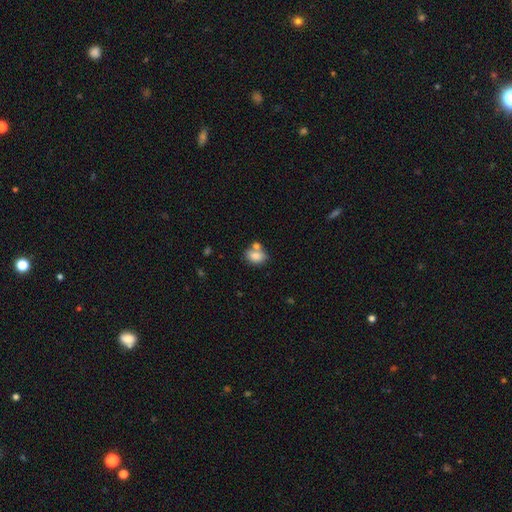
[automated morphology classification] Q: Smooth or featured?
A: smooth (81%); runner-up: featured or disk (10%)
Q: How rounded?
A: in between (73%); runner-up: round (26%)
Q: Merging?
A: none (48%); runner-up: merger (35%)